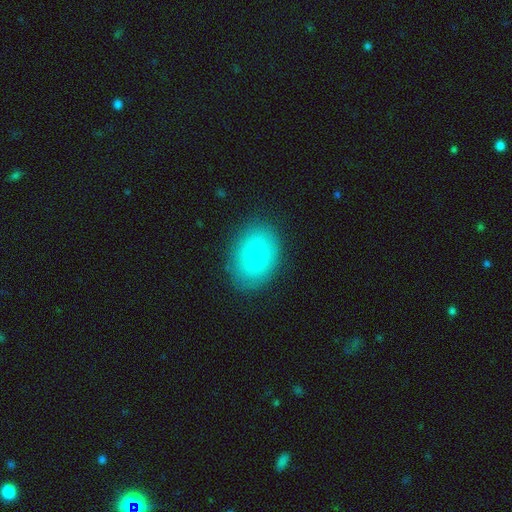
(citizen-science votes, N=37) Smooth or featured?
  - smooth: 65% *
  - featured or disk: 30%
  - star or artifact: 5%
How rounded?
  - in between: 67% *
  - round: 33%
  - cigar-shaped: 0%
Merging?
  - none: 83% *
  - minor disturbance: 9%
  - major disturbance: 9%
  - merger: 0%